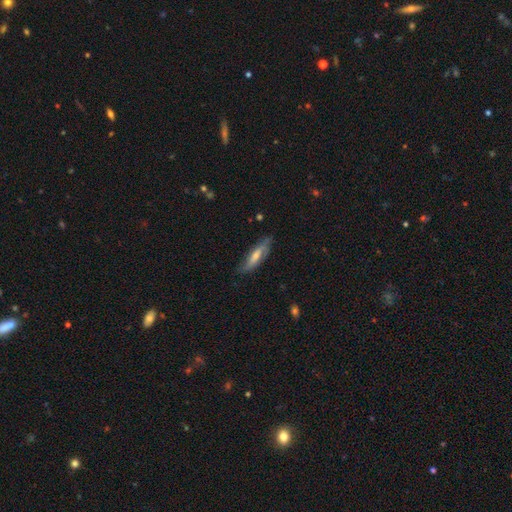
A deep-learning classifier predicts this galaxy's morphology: Smooth or featured?
  - smooth: 49% *
  - featured or disk: 45%
  - star or artifact: 6%
Merging?
  - none: 71% *
  - minor disturbance: 22%
  - major disturbance: 6%
  - merger: 2%